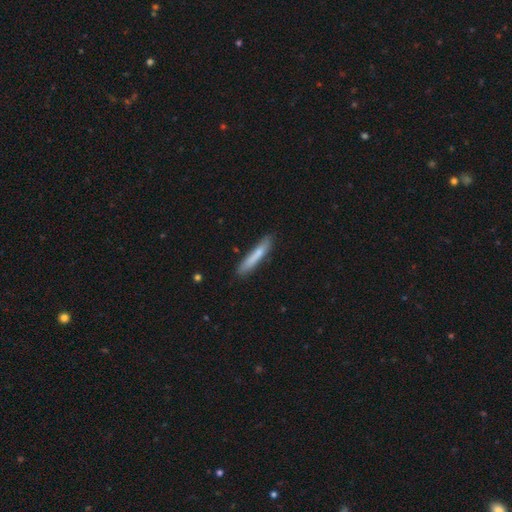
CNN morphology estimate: This is likely a smooth galaxy (73%). How rounded: clearly cigar-shaped (93%). Merging: likely none (79%).